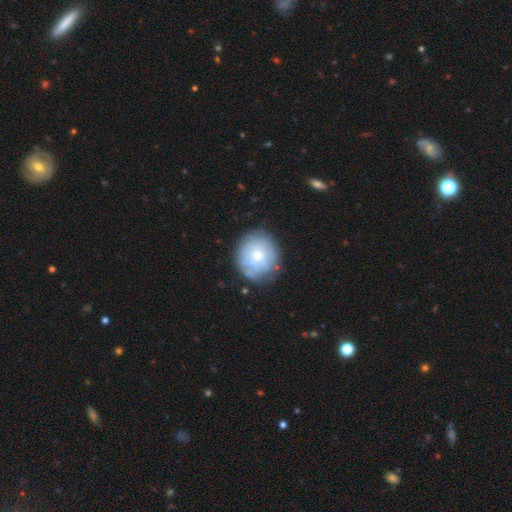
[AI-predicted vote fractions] smooth_or_featured: smooth (p=0.61) [alt: featured or disk p=0.32]
how_rounded: round (p=0.83) [alt: in between p=0.16]
merging: none (p=0.74) [alt: minor disturbance p=0.18]